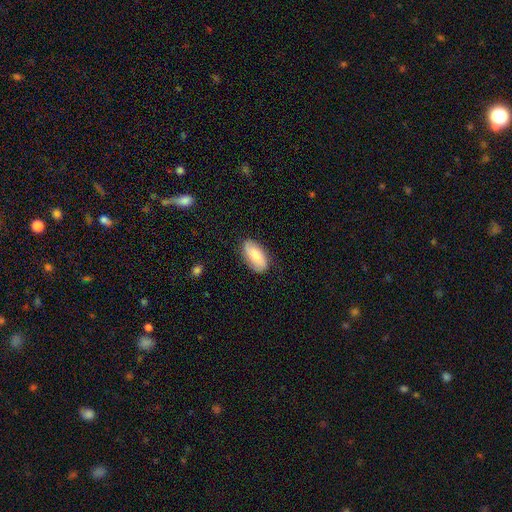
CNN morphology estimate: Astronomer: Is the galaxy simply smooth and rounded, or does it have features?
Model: smooth — 65%.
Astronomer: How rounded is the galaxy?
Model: in between — 92%.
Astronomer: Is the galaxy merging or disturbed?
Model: none — 81%.